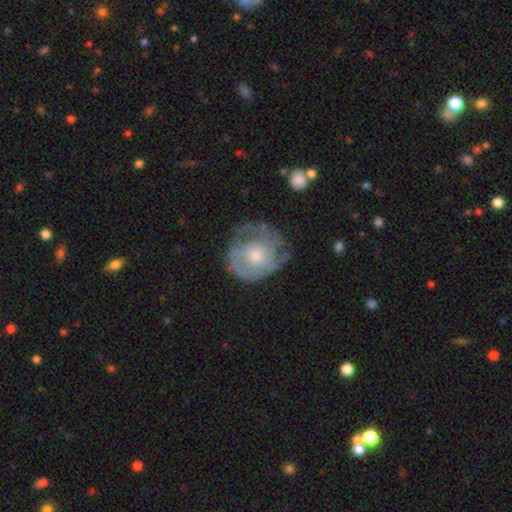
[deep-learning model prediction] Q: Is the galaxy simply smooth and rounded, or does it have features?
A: featured or disk — 70%.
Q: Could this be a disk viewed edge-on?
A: no — 97%.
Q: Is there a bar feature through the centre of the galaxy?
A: no — 83%.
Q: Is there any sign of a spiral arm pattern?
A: yes — 77%.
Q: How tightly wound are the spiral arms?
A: tight — 63%.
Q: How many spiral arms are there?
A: can't tell — 48%.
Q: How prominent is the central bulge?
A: moderate — 62%.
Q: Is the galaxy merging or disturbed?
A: none — 63%.